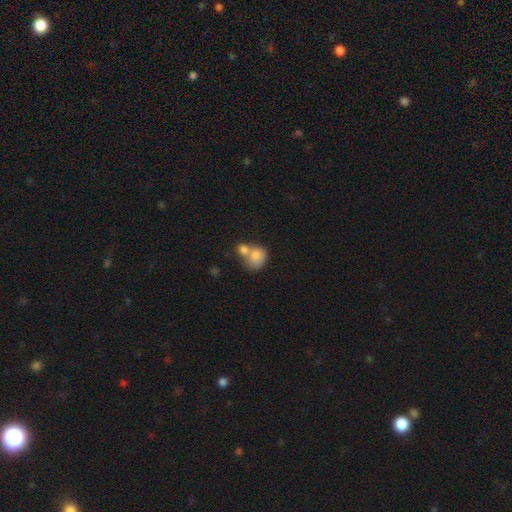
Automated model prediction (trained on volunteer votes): smooth_or_featured: smooth (p=0.78) [alt: featured or disk p=0.15]
how_rounded: round (p=0.57) [alt: in between p=0.42]
merging: merger (p=0.64) [alt: none p=0.22]